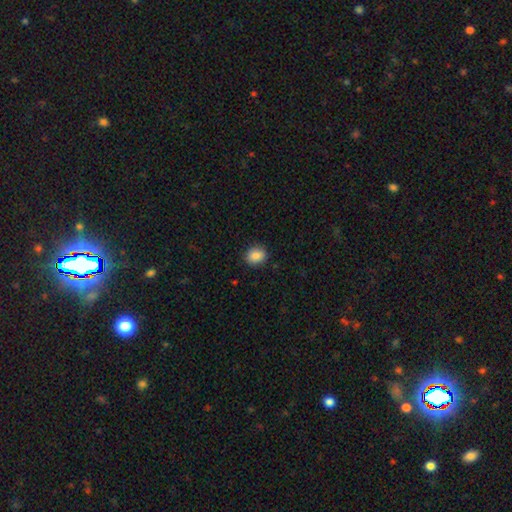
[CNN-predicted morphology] smooth-or-featured: smooth: 88% | star or artifact: 8% | featured or disk: 4%
  how-rounded: round: 57% | in between: 42% | cigar-shaped: 1%
  merging: none: 89% | minor disturbance: 8% | major disturbance: 2% | merger: 1%